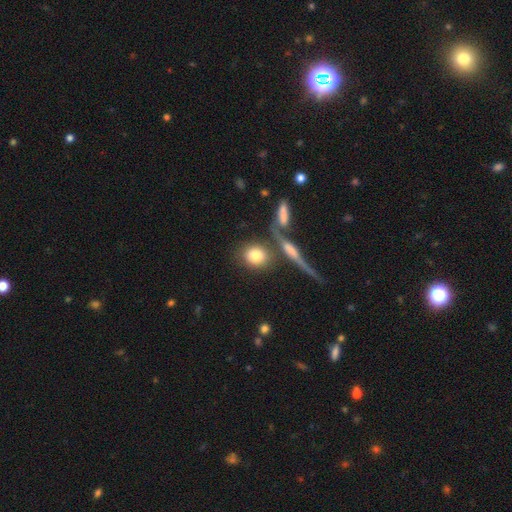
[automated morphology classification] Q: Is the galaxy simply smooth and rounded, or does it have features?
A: smooth — 79%.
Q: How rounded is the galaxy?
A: round — 71%.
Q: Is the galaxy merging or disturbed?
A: none — 66%.